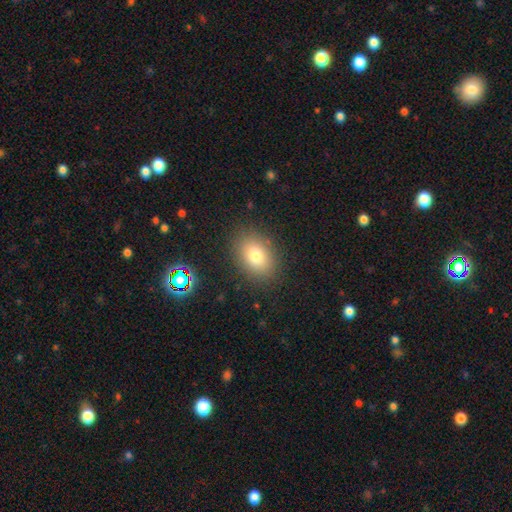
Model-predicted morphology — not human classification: smooth 77%, star or artifact 12%, featured or disk 11%. Down the decision tree: how rounded — in between (72%); merging — none (86%).